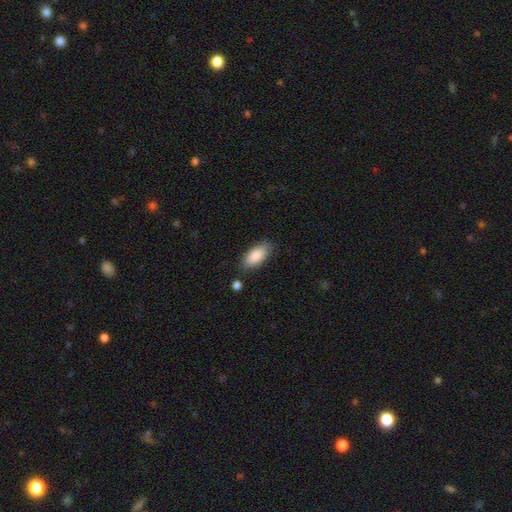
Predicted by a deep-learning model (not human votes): Q: Smooth or featured?
A: smooth (87%); runner-up: featured or disk (7%)
Q: How rounded?
A: in between (88%); runner-up: cigar-shaped (10%)
Q: Merging?
A: none (80%); runner-up: minor disturbance (14%)